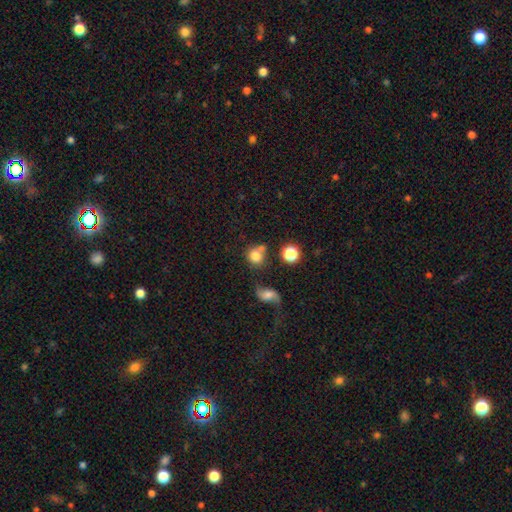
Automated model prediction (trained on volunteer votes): smooth 77%, featured or disk 12%, star or artifact 11%. Down the decision tree: how rounded — round (81%); merging — none (53%).